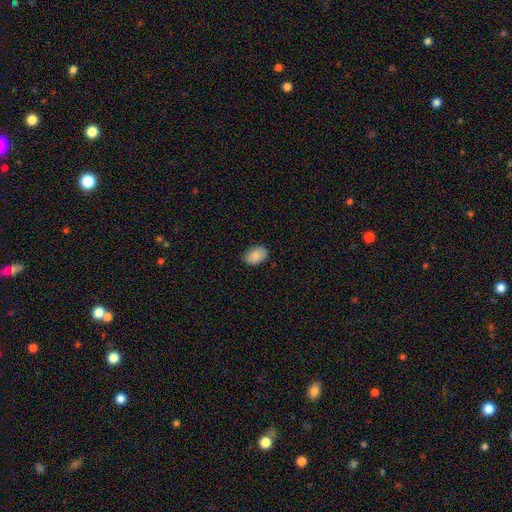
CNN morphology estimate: This is clearly a smooth galaxy (88%). How rounded: clearly in between (86%). Merging: clearly none (83%).